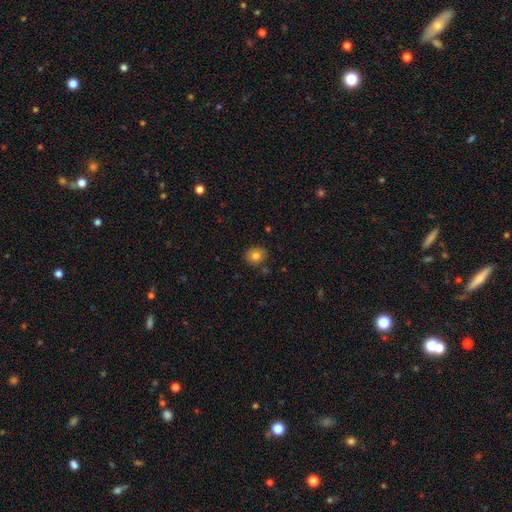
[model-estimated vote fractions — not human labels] smooth-or-featured: smooth: 80% | star or artifact: 11% | featured or disk: 9%
  how-rounded: round: 71% | in between: 28% | cigar-shaped: 1%
  merging: none: 85% | minor disturbance: 10% | merger: 3% | major disturbance: 2%